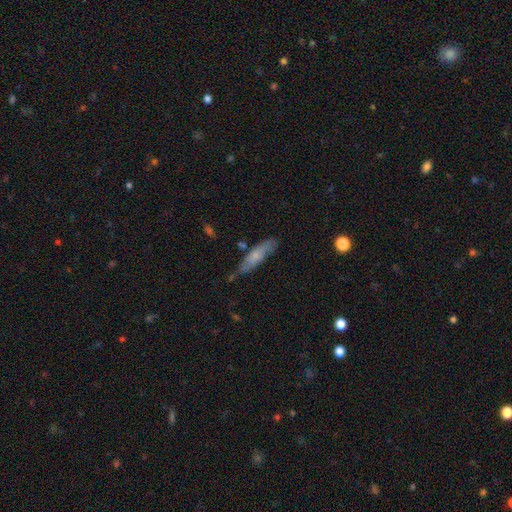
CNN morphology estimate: Overall: smooth (63%; featured or disk 30%). How rounded: cigar-shaped (69%). Merging: none (68%).